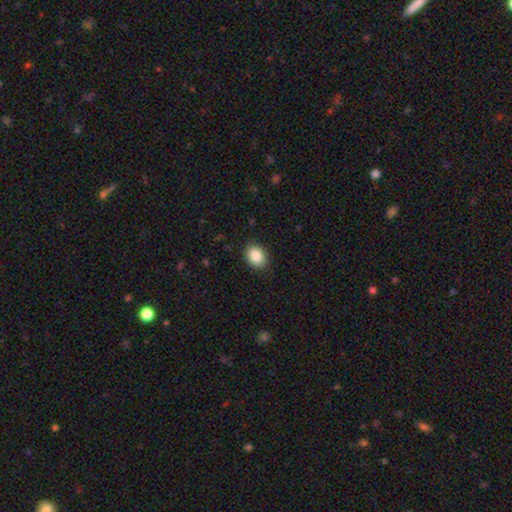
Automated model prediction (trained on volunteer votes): smooth 87%, star or artifact 8%, featured or disk 5%. Down the decision tree: how rounded — in between (62%); merging — none (87%).